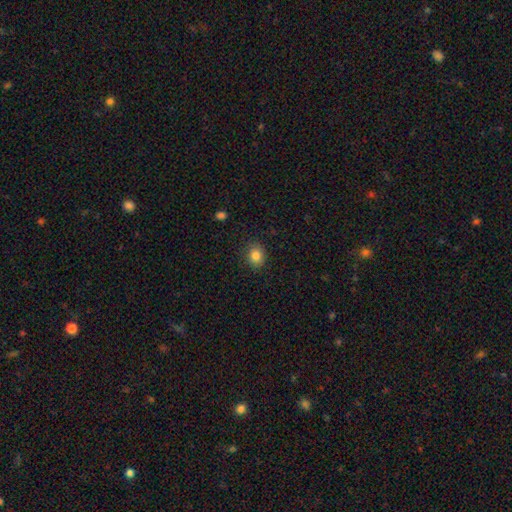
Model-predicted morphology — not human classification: Smooth or featured: smooth — 84% (star or artifact — 10%)
How rounded: round — 61% (in between — 38%)
Merging: none — 88% (minor disturbance — 9%)